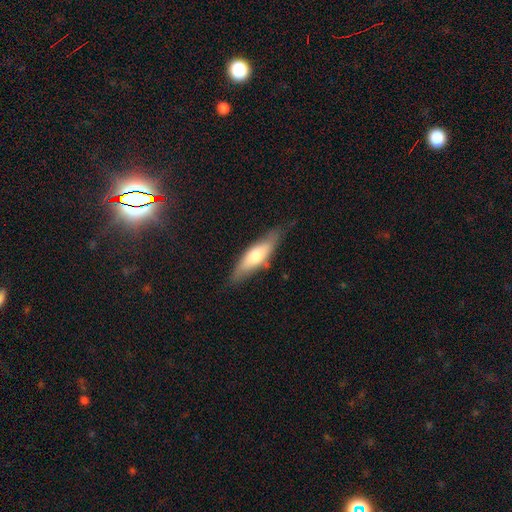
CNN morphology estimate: Smooth or featured? Predicted: smooth (p=0.58). How rounded? Predicted: cigar-shaped (p=0.57). Merging? Predicted: none (p=0.74).